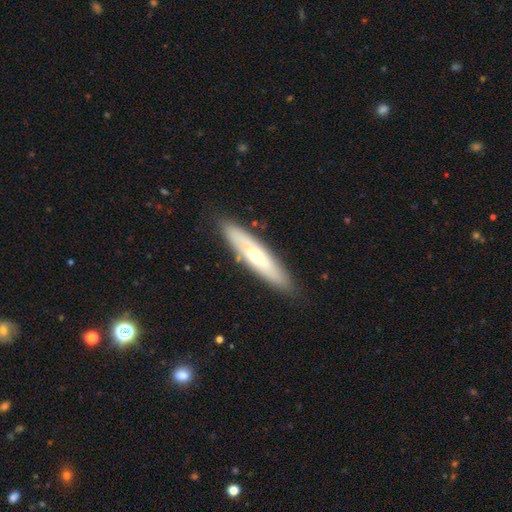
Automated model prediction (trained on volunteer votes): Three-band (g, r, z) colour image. It shows a featured or disk galaxy (49%). Merging: none (85%).